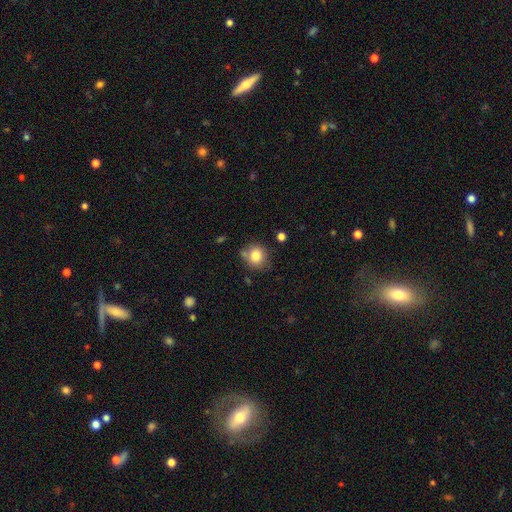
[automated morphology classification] smooth 80%, star or artifact 10%, featured or disk 10%. Down the decision tree: how rounded — round (82%); merging — none (71%).